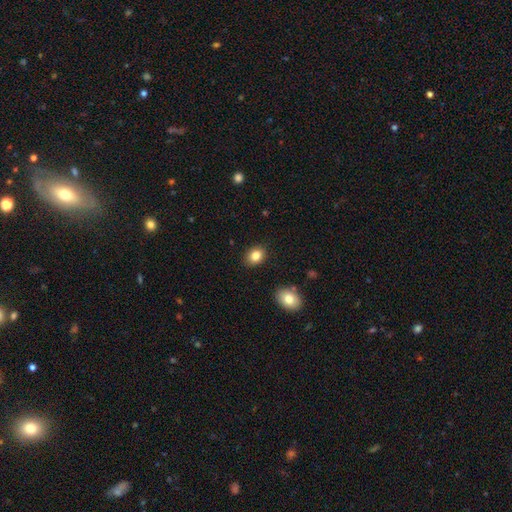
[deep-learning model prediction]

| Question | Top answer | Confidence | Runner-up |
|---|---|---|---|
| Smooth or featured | smooth | 84% | star or artifact (9%) |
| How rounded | in between | 64% | round (35%) |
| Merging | none | 87% | minor disturbance (9%) |